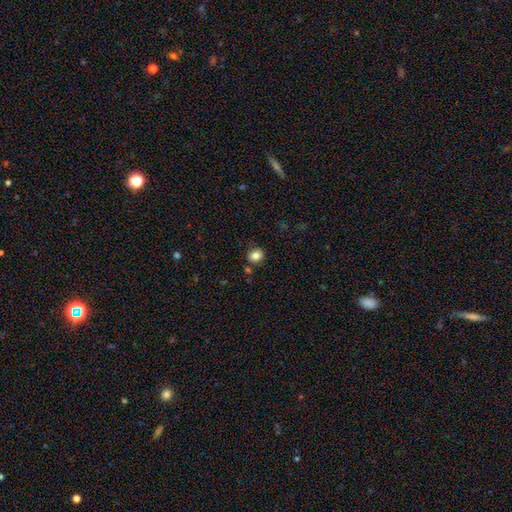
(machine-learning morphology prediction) type=smooth (83%); roundness=round (65%); merging=none (81%).